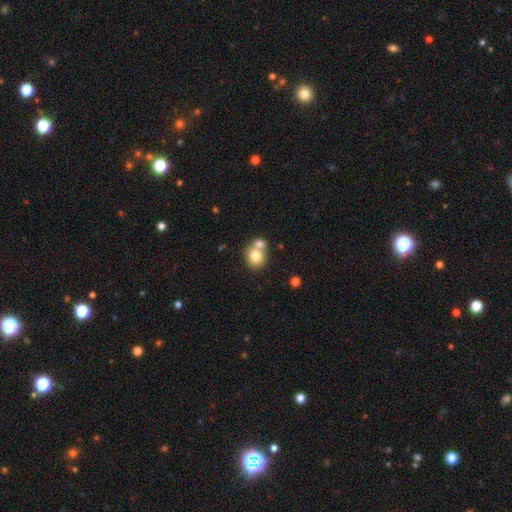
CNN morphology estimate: This appears to be a smooth galaxy with no disk features (77%) that is round (78%). Merging: merger (50%).